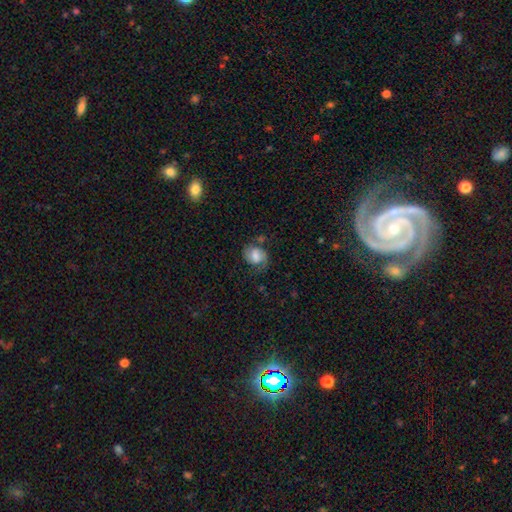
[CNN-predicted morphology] The model was most divided on "smooth or featured": smooth: 49%, featured or disk: 42%, star or artifact: 9%. More confident: merging — none (55%).